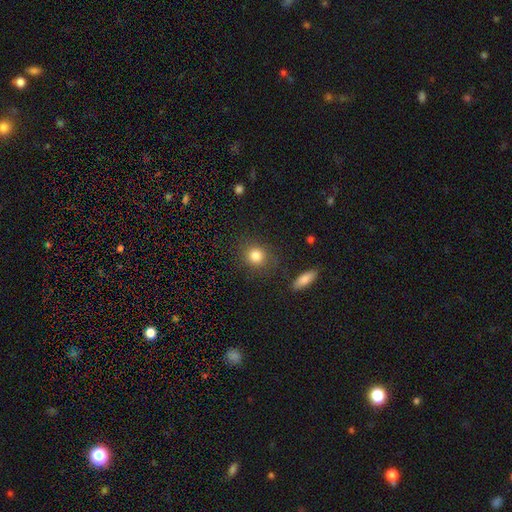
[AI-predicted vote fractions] Q: Smooth or featured?
A: smooth (84%); runner-up: star or artifact (10%)
Q: How rounded?
A: round (82%); runner-up: in between (17%)
Q: Merging?
A: none (83%); runner-up: minor disturbance (10%)